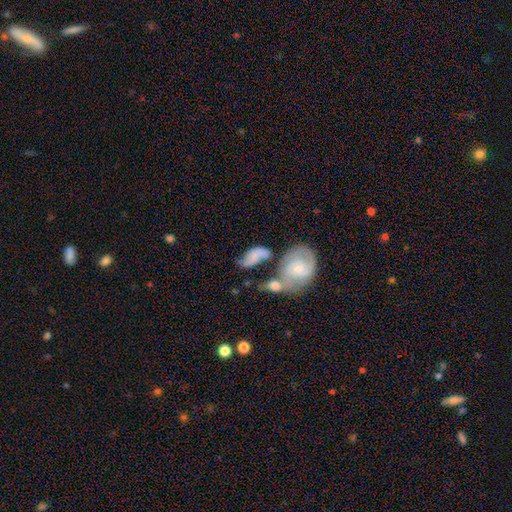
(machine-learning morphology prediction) A smooth galaxy with no disk features (50%) that is in between round and cigar-shaped (87%). Merging: merger (38%).